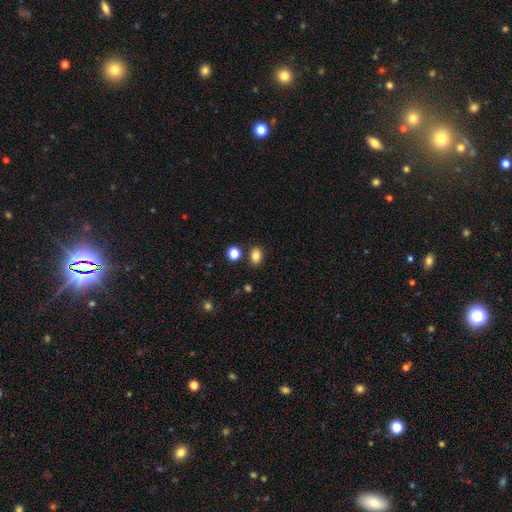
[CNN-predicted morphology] type=smooth (84%); roundness=in between (69%); merging=none (81%).